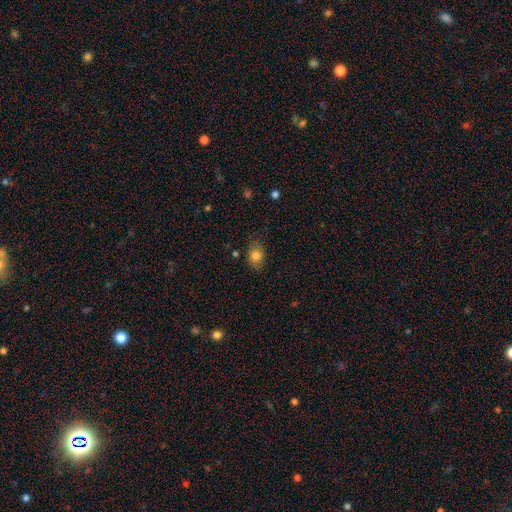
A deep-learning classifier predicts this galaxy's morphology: type=smooth (80%); roundness=in between (67%); merging=none (76%).